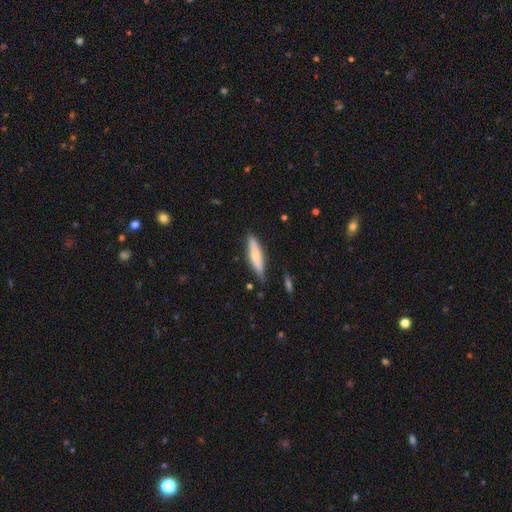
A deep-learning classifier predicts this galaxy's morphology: A smooth galaxy with no disk features (63%) that is cigar-shaped (77%).

Vote fractions:
- Smooth or featured? smooth: 63% / featured or disk: 31% / star or artifact: 6%
- How rounded? cigar-shaped: 77% / in between: 22% / round: 2%
- Merging? none: 78% / minor disturbance: 17% / major disturbance: 3% / merger: 2%